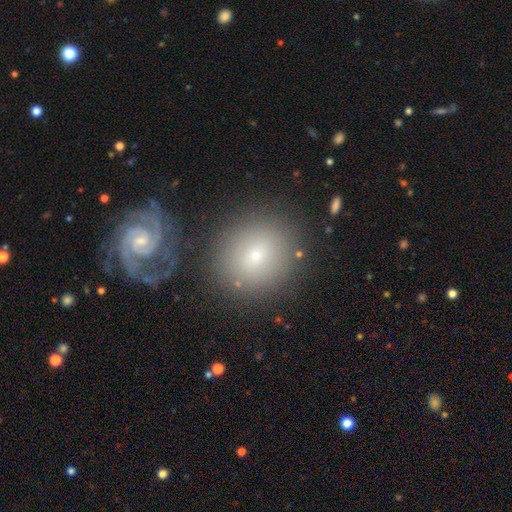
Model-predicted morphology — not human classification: This is likely a smooth galaxy (62%). How rounded: likely round (77%). Merging: likely none (77%).